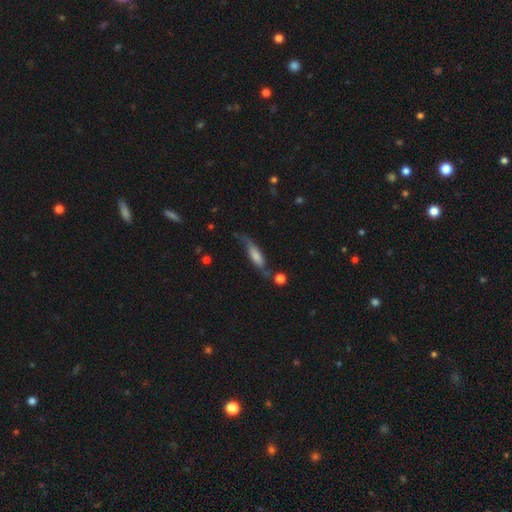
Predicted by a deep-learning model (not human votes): A smooth galaxy with no disk features (48%). Merging: none (50%).